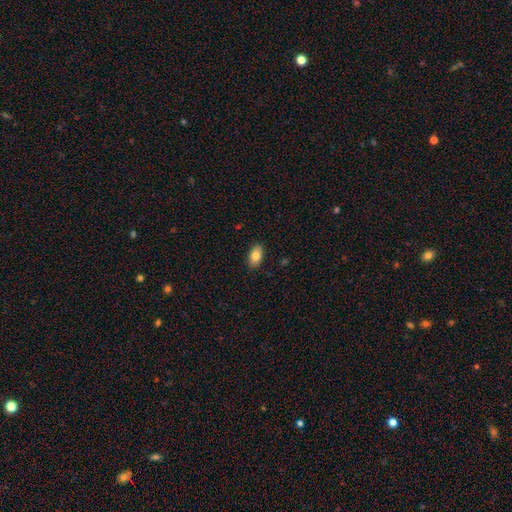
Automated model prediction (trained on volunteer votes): This appears to be a smooth galaxy with no disk features (84%) that is in between round and cigar-shaped (92%). Merging: none (89%).